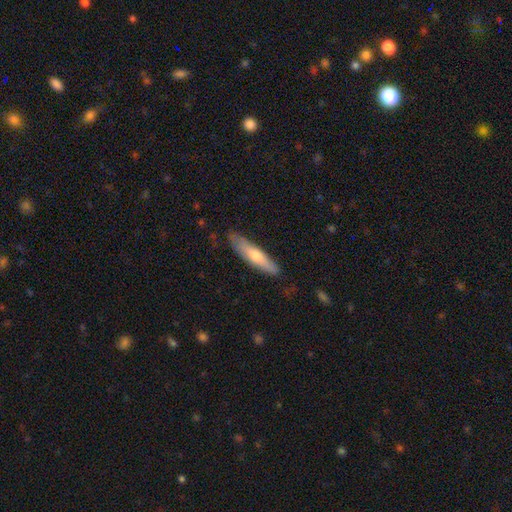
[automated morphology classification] Smooth or featured? Predicted: smooth (p=0.57). How rounded? Predicted: cigar-shaped (p=0.83). Merging? Predicted: none (p=0.82).